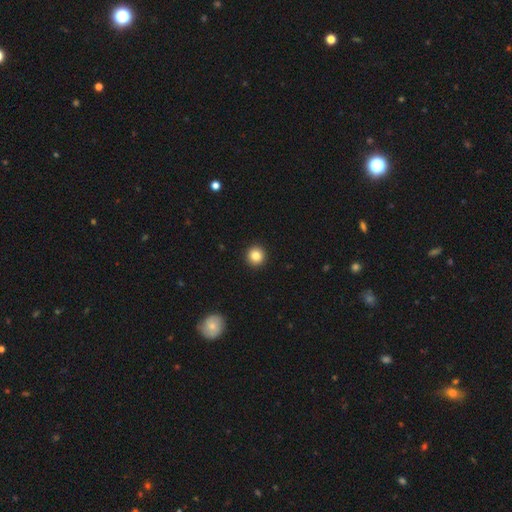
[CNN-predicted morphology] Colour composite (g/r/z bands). It shows a smooth galaxy with no disk features (84%) that is round (95%). Merging: none (94%).